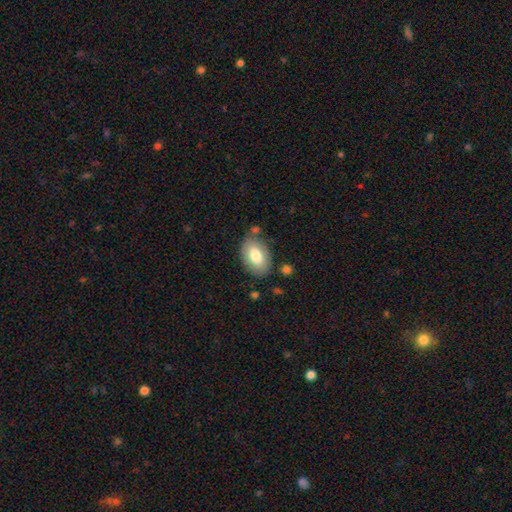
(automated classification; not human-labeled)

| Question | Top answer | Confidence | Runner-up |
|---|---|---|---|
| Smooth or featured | smooth | 77% | featured or disk (17%) |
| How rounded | in between | 90% | round (9%) |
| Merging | none | 76% | minor disturbance (16%) |